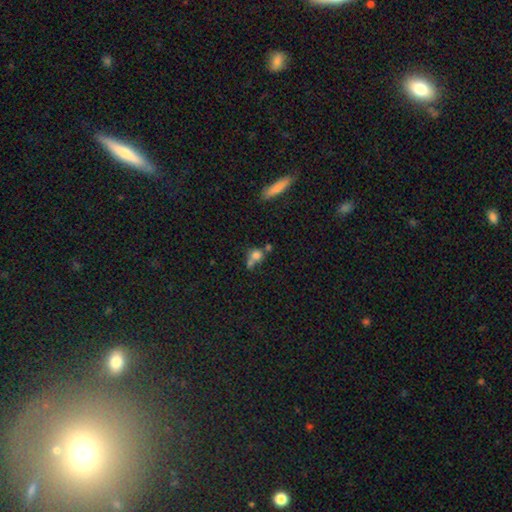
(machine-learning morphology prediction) Overall: smooth (73%). How rounded: round (74%). Merging: merger (47%; none 36%).